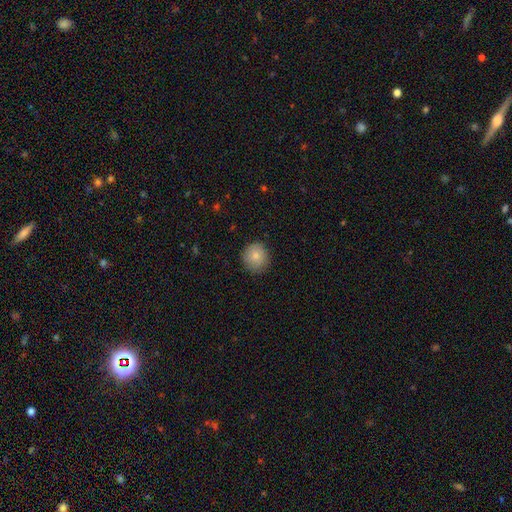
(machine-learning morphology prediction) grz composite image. It shows a smooth galaxy with no disk features (81%) that is round (88%). Merging: none (86%).